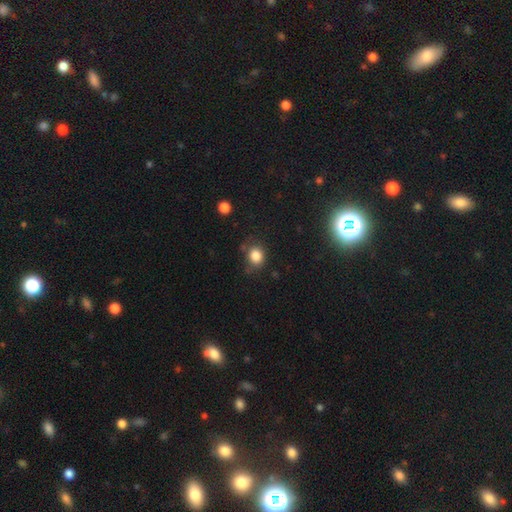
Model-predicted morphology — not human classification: This is clearly a smooth galaxy (83%). How rounded: likely round (67%). Merging: likely none (72%).